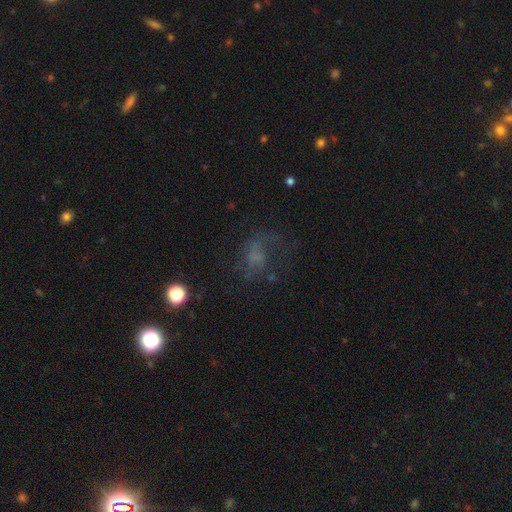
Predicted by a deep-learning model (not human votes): This is marginally a featured or disk galaxy (40%). Merging: possibly none (46%).